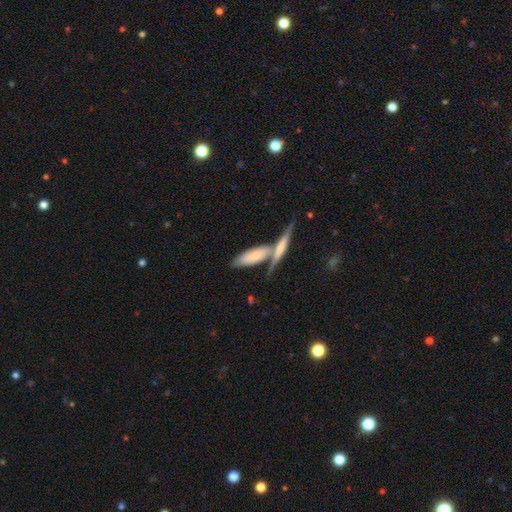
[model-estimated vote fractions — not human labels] A smooth galaxy with no disk features (59%) that is in between round and cigar-shaped (50%).

Vote fractions:
- Smooth or featured? smooth: 59% / featured or disk: 33% / star or artifact: 8%
- How rounded? in between: 50% / cigar-shaped: 47% / round: 3%
- Merging? merger: 43% / none: 41% / minor disturbance: 11% / major disturbance: 5%